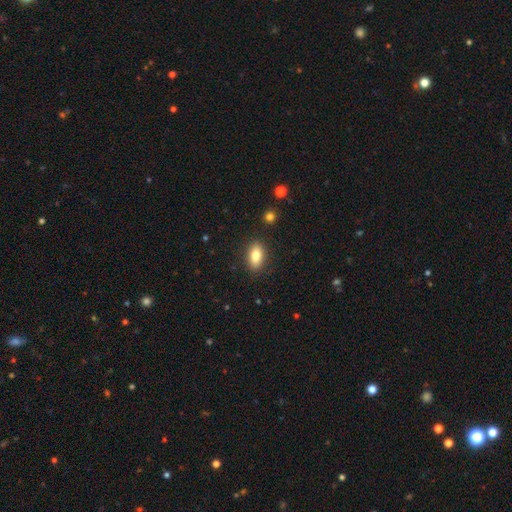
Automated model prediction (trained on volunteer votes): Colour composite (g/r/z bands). It shows a smooth galaxy with no disk features (81%) that is in between round and cigar-shaped (87%). Merging: none (88%).